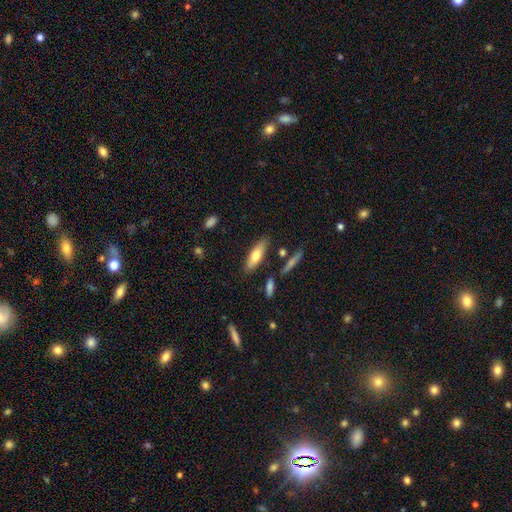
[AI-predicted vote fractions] smooth 68%, featured or disk 25%, star or artifact 7%. Down the decision tree: how rounded — in between (54%); merging — none (81%).